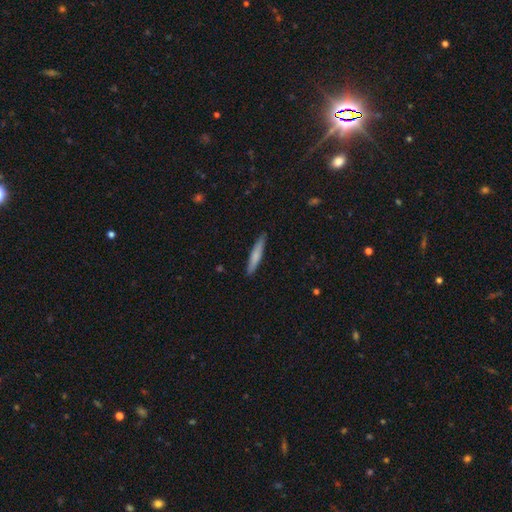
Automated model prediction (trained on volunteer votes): This is likely a smooth galaxy (70%). How rounded: clearly cigar-shaped (93%). Merging: clearly none (89%).